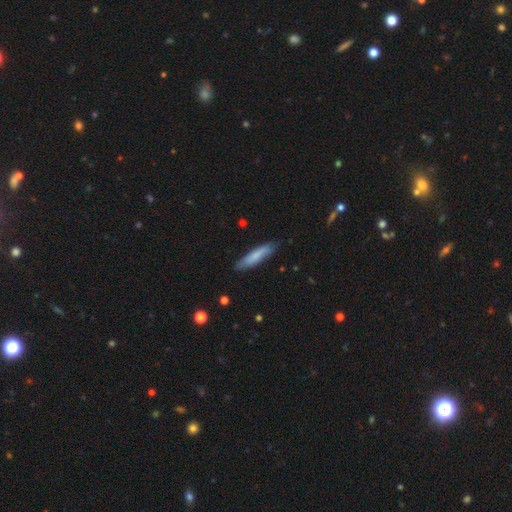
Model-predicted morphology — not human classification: smooth 72%, featured or disk 22%, star or artifact 5%. Down the decision tree: how rounded — cigar-shaped (81%); merging — none (81%).